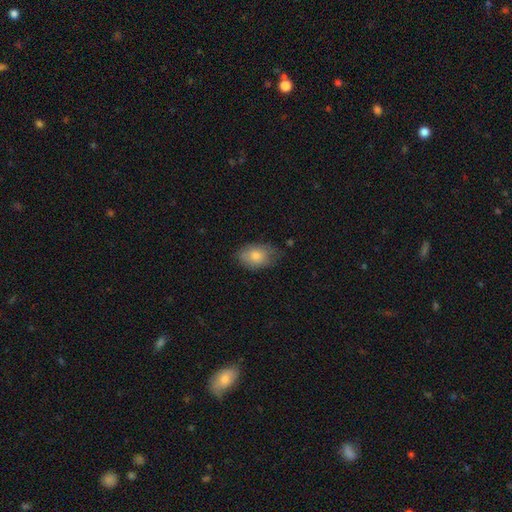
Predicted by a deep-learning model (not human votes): smooth_or_featured: smooth (p=0.78) [alt: featured or disk p=0.14]
how_rounded: in between (p=0.84) [alt: round p=0.14]
merging: none (p=0.67) [alt: minor disturbance p=0.26]